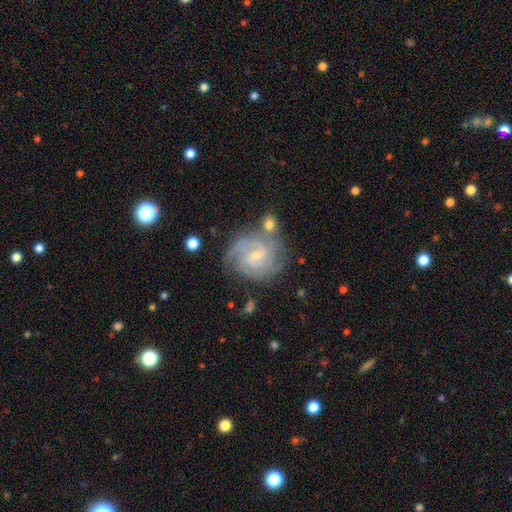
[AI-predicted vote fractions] Morphology: type=featured or disk (88%); edge-on=no (98%); bar=weak (51%); spiral arms=yes (97%); winding=tight (61%); arm count=3 (32%); bulge=small (73%); merging=none (65%).